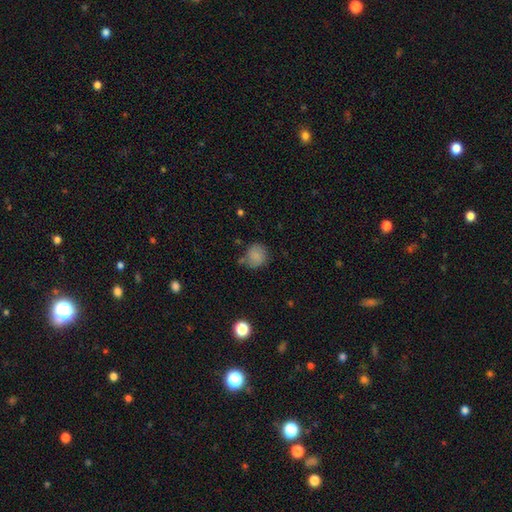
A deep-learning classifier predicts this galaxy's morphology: This appears to be a smooth galaxy with no disk features (81%) that is round (80%). Merging: none (65%).